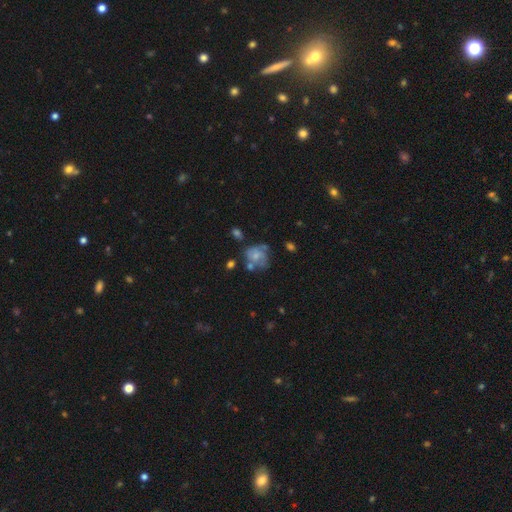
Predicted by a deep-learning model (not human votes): Smooth or featured? Predicted: smooth (p=0.51). How rounded? Predicted: round (p=0.58). Merging? Predicted: none (p=0.37).